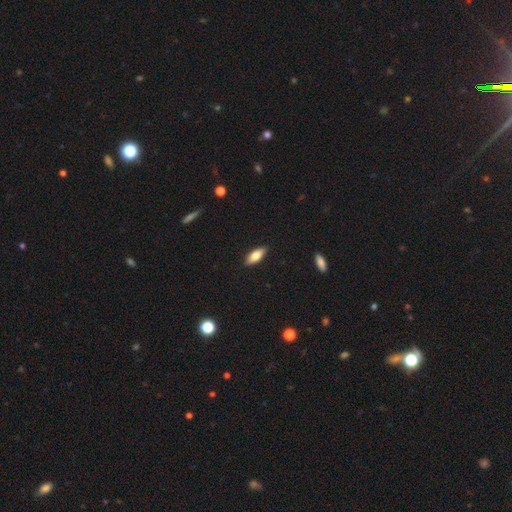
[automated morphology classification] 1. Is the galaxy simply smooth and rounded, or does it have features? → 75% smooth, 19% featured or disk, 6% star or artifact.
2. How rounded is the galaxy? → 75% in between, 23% cigar-shaped, 2% round.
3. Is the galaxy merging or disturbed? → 89% none, 8% minor disturbance, 2% major disturbance, 1% merger.